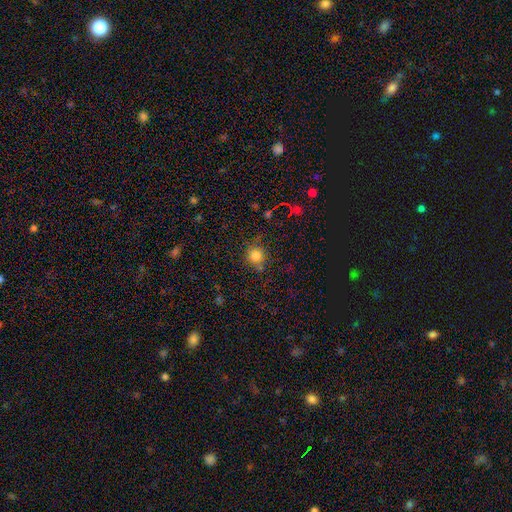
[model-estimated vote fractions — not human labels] Overall: smooth (81%). How rounded: round (90%). Merging: none (76%).